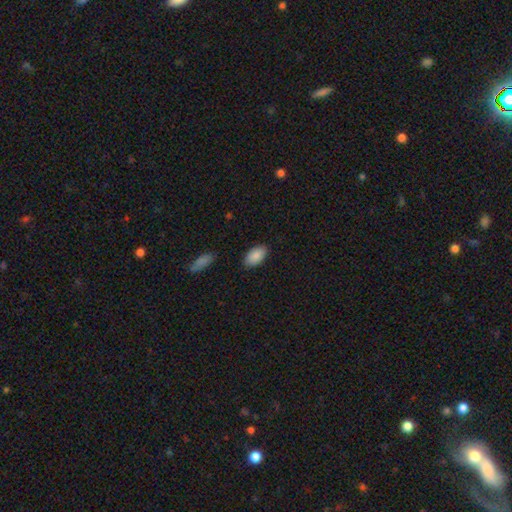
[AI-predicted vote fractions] The model was most divided on "merging": none: 86%, minor disturbance: 10%, major disturbance: 2%, merger: 2%. More confident: how rounded — in between (94%); smooth or featured — smooth (88%).